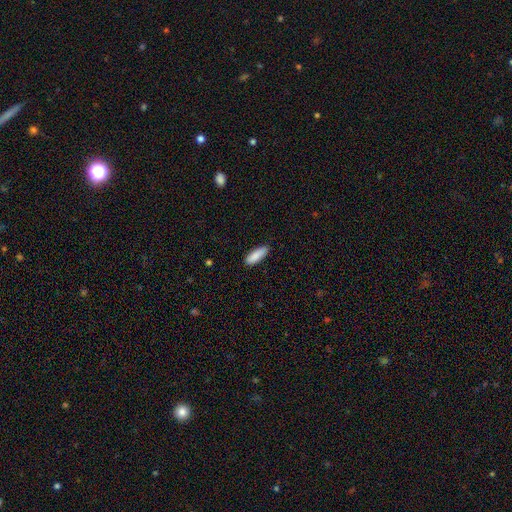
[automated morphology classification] Smooth or featured?
  - smooth: 88% *
  - featured or disk: 6%
  - star or artifact: 6%
How rounded?
  - in between: 58% *
  - cigar-shaped: 40%
  - round: 2%
Merging?
  - none: 86% *
  - minor disturbance: 11%
  - major disturbance: 2%
  - merger: 1%